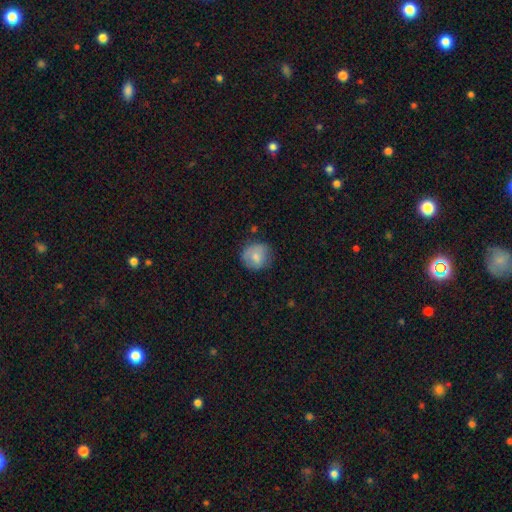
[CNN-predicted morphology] A smooth galaxy with no disk features (74%) that is round (85%). Merging: none (70%).